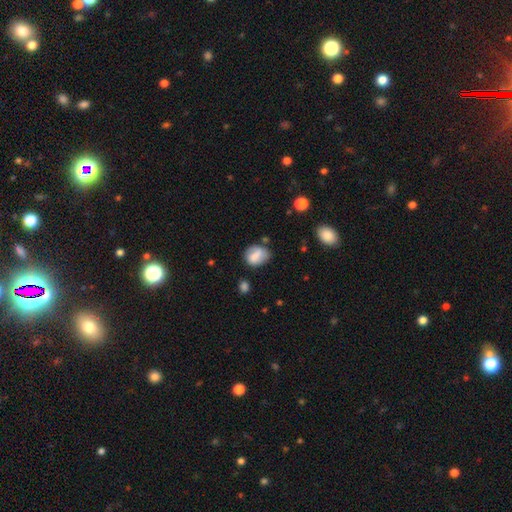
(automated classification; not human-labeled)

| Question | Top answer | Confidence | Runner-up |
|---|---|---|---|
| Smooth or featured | smooth | 71% | featured or disk (20%) |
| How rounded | in between | 57% | round (41%) |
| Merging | none | 62% | minor disturbance (25%) |